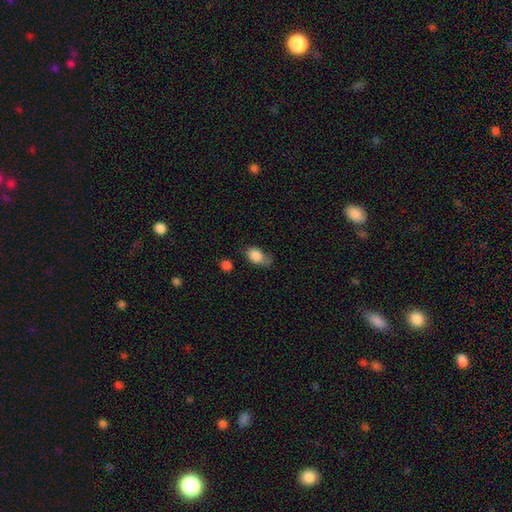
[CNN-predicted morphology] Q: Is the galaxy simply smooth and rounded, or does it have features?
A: smooth — 84%.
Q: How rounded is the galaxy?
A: in between — 82%.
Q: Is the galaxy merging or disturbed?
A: none — 42%.